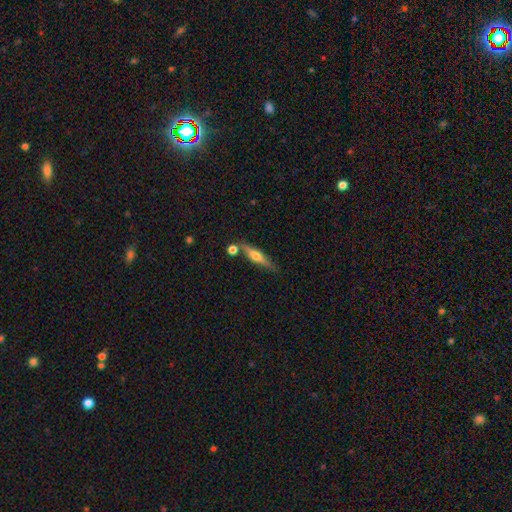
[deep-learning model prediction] A featured or disk galaxy (56%) viewed edge-on (95%) with a rounded central bulge (91%).

Vote fractions:
- Smooth or featured? featured or disk: 56% / smooth: 37% / star or artifact: 7%
- Edge-on disk? yes: 95% / no: 5%
- Edge-on bulge? rounded: 91% / boxy: 5% / none: 4%
- Merging? none: 74% / minor disturbance: 12% / merger: 11% / major disturbance: 3%